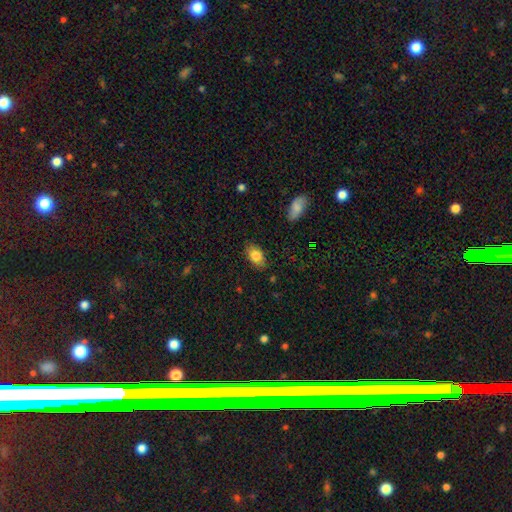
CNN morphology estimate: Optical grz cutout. It shows a smooth galaxy with no disk features (83%) that is in between round and cigar-shaped (89%). Merging: none (81%).